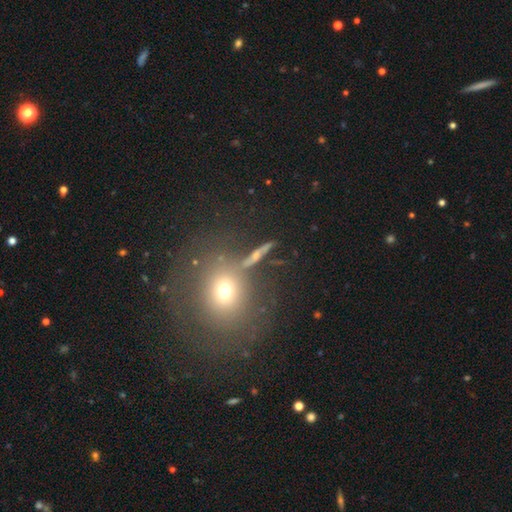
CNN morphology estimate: Smooth or featured? featured or disk (43%)
Merging? none (78%)